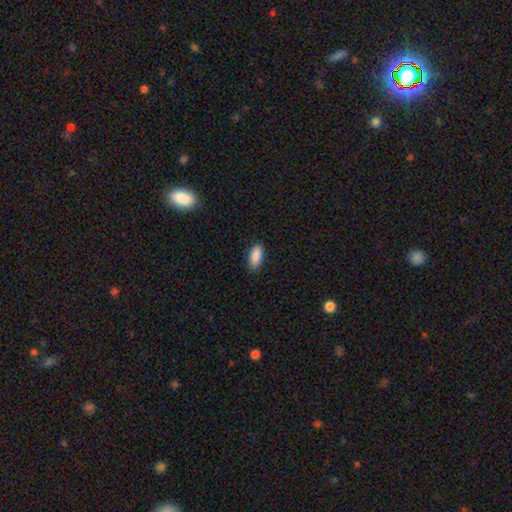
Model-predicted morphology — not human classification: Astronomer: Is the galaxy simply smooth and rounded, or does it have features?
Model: smooth — 88%.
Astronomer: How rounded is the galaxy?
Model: in between — 88%.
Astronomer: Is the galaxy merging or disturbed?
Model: none — 87%.